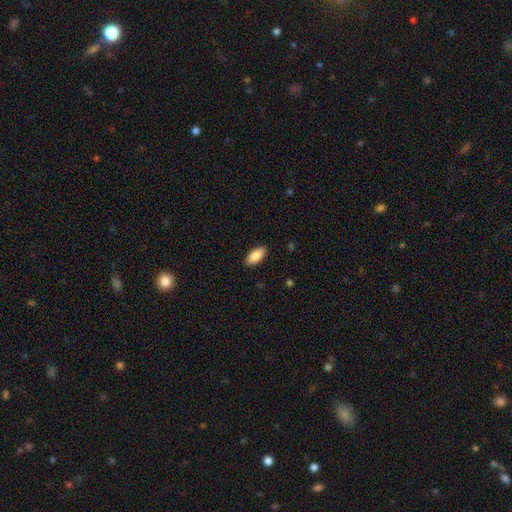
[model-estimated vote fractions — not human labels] Smooth or featured? smooth (86%)
How rounded? in between (85%)
Merging? none (89%)